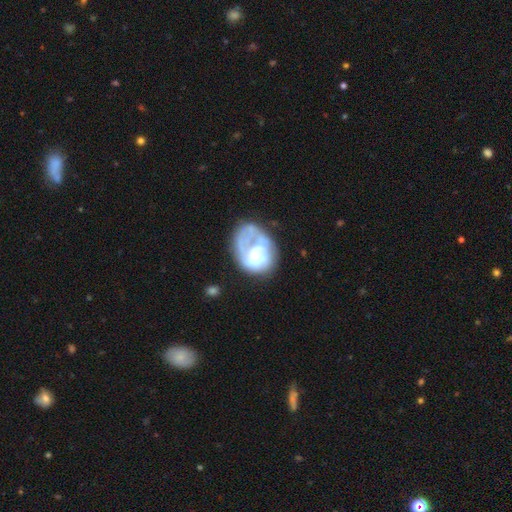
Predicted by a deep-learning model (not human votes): Overall: featured or disk (62%; smooth 30%). Edge-on disk: no (98%). Bar: no (69%). Spiral arms: yes (57%; no 43%). Bulge size: moderate (40%; small 23%). Merging: major disturbance (38%; none 33%).